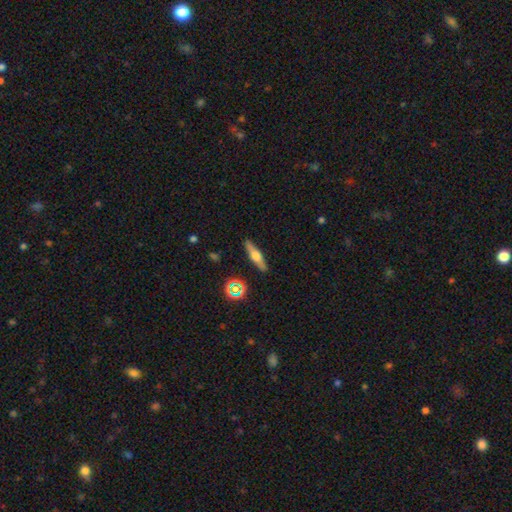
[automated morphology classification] Q: Smooth or featured?
A: featured or disk (54%); runner-up: smooth (37%)
Q: Edge-on disk?
A: yes (93%); runner-up: no (7%)
Q: Edge-on bulge?
A: rounded (92%); runner-up: boxy (5%)
Q: Merging?
A: none (89%); runner-up: minor disturbance (8%)